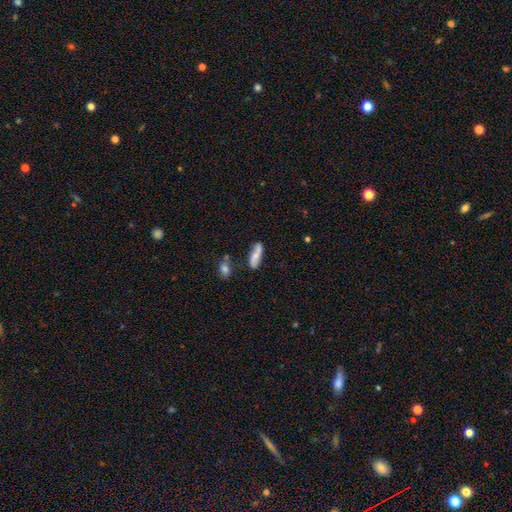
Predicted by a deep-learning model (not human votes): Q: Smooth or featured?
A: smooth (62%); runner-up: featured or disk (31%)
Q: How rounded?
A: in between (55%); runner-up: cigar-shaped (41%)
Q: Merging?
A: none (61%); runner-up: minor disturbance (21%)